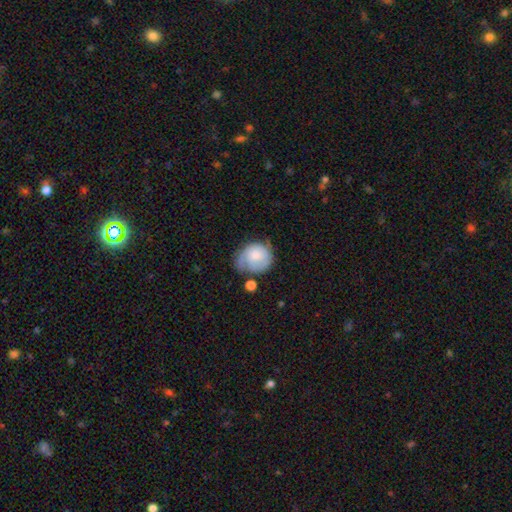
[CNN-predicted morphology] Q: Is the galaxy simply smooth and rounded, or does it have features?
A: smooth — 49%.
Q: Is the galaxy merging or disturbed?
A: none — 37%.